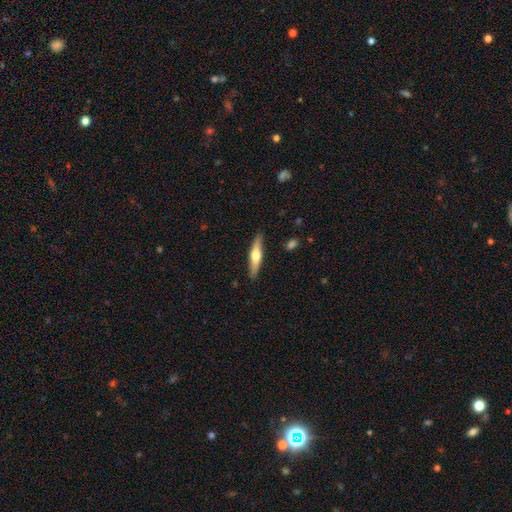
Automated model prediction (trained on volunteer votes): smooth-or-featured: featured or disk: 53% | smooth: 42% | star or artifact: 5%
  disk-edge-on: yes: 93% | no: 7%
  merging: none: 88% | minor disturbance: 9% | major disturbance: 2% | merger: 1%